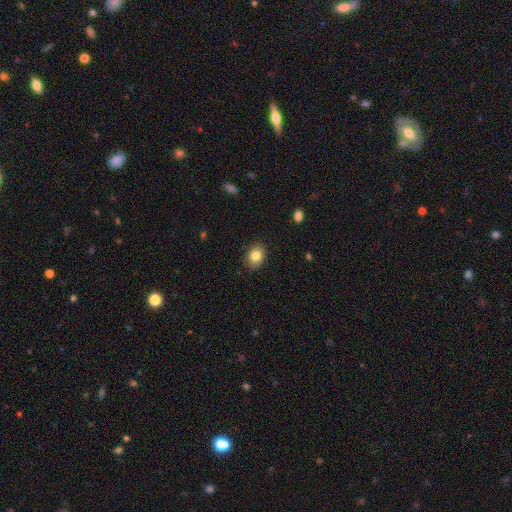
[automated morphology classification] Overall: smooth (84%). How rounded: in between (57%; round 42%). Merging: none (87%).